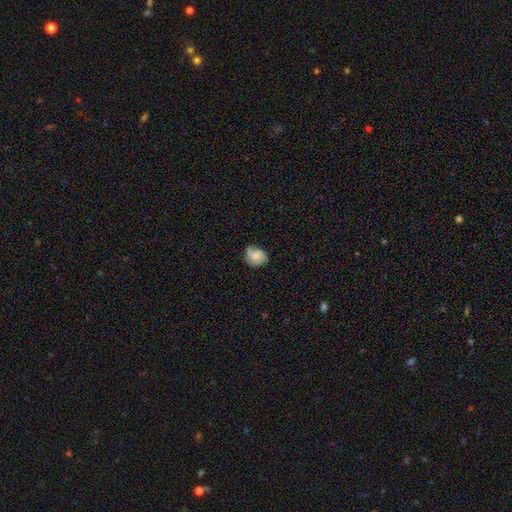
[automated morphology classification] Overall: smooth (57%; featured or disk 34%). How rounded: round (59%; in between 40%). Merging: none (53%; minor disturbance 32%).